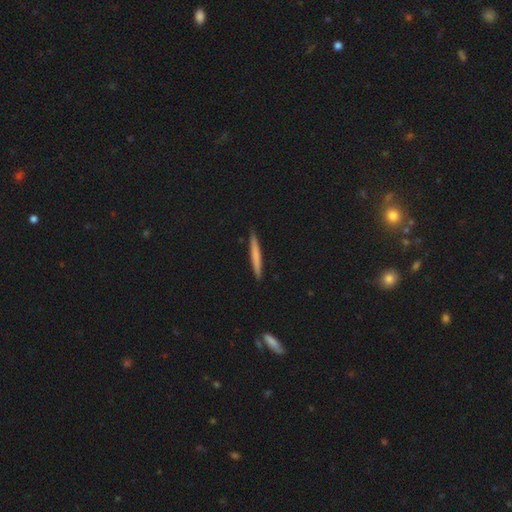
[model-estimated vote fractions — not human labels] smooth 64%, featured or disk 30%, star or artifact 5%. Down the decision tree: how rounded — cigar-shaped (96%); merging — none (91%).